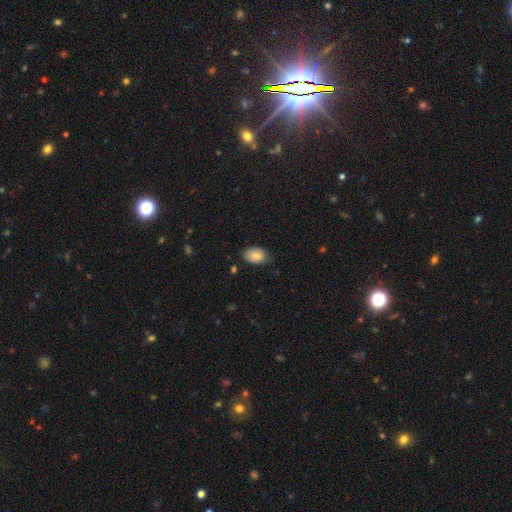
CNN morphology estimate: Smooth or featured?
  - smooth: 82% *
  - featured or disk: 11%
  - star or artifact: 7%
How rounded?
  - in between: 88% *
  - round: 11%
  - cigar-shaped: 1%
Merging?
  - none: 70% *
  - minor disturbance: 24%
  - major disturbance: 4%
  - merger: 1%